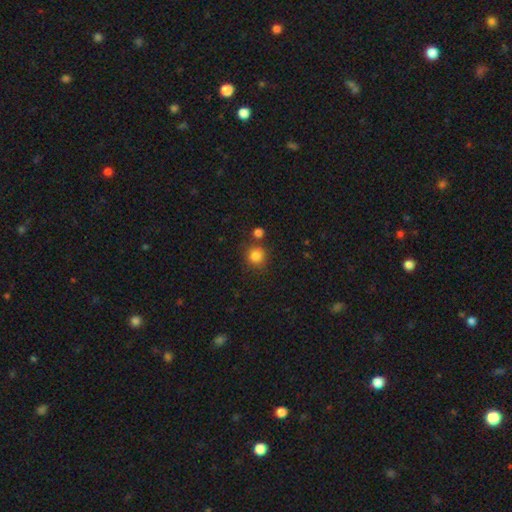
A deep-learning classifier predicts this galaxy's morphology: type=smooth (84%); roundness=round (91%); merging=none (78%).